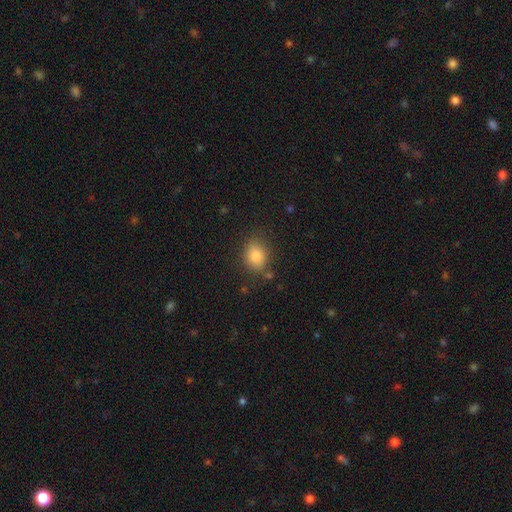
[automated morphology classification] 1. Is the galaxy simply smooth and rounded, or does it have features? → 84% smooth, 10% star or artifact, 6% featured or disk.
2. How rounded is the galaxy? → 63% in between, 35% round, 1% cigar-shaped.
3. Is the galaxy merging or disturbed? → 76% none, 16% minor disturbance, 5% major disturbance, 3% merger.